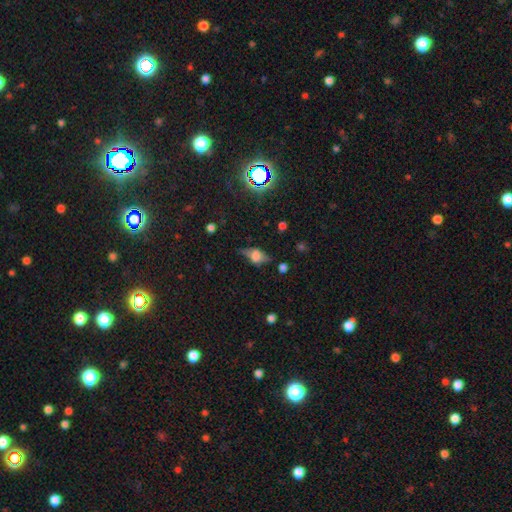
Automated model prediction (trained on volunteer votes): Smooth or featured? Predicted: featured or disk (p=0.48). Merging? Predicted: none (p=0.60).